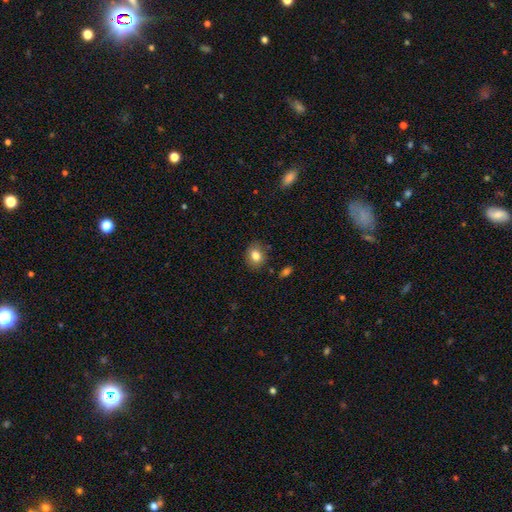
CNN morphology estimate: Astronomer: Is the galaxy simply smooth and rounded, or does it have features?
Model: smooth — 81%.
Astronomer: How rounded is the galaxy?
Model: round — 54% (runner-up: in between, 45%).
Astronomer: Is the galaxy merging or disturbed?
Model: none — 84%.